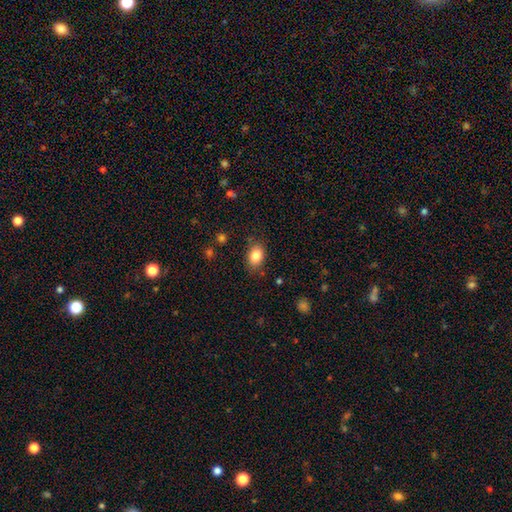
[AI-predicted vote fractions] A smooth galaxy with no disk features (85%) that is in between round and cigar-shaped (80%).

Vote fractions:
- Smooth or featured? smooth: 85% / star or artifact: 8% / featured or disk: 6%
- How rounded? in between: 80% / round: 19% / cigar-shaped: 1%
- Merging? none: 80% / minor disturbance: 14% / major disturbance: 4% / merger: 2%